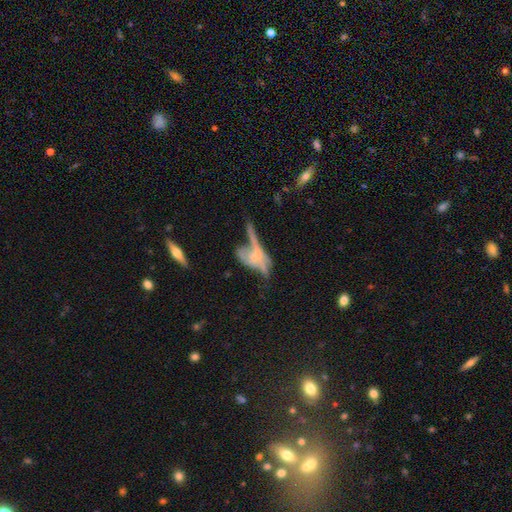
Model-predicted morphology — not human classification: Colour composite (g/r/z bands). It shows a featured or disk galaxy (57%). Merging: merger (40%).